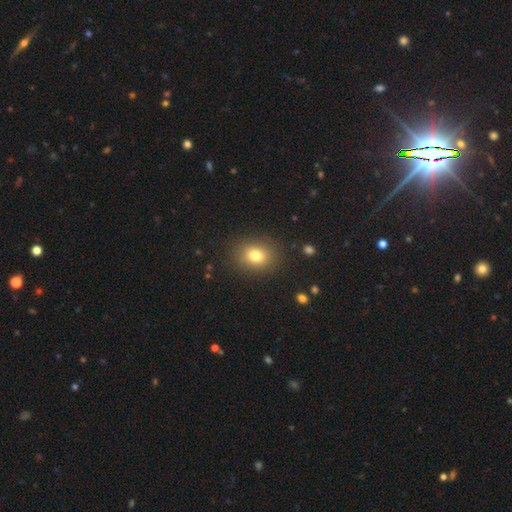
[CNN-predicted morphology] Smooth or featured? smooth (78%)
How rounded? round (60%)
Merging? none (87%)